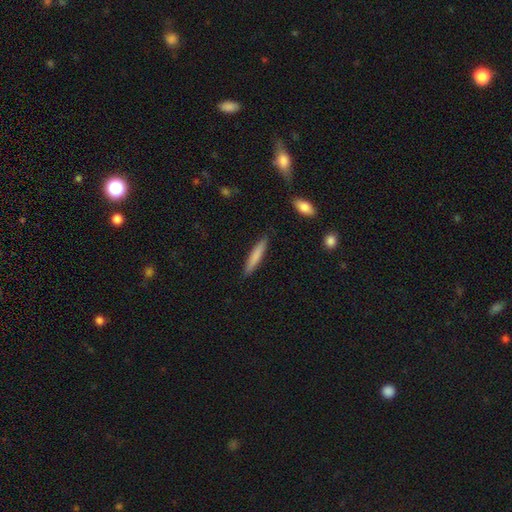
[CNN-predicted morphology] The model was most divided on "smooth or featured": smooth: 77%, featured or disk: 17%, star or artifact: 6%. More confident: how rounded — cigar-shaped (92%); merging — none (88%).